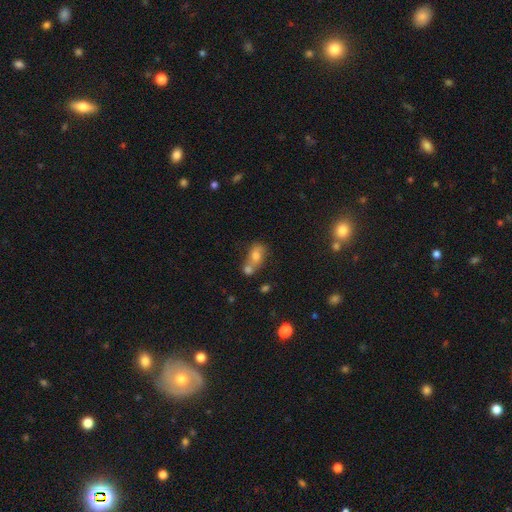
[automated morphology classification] Smooth or featured?
  - smooth: 70% *
  - featured or disk: 16%
  - star or artifact: 14%
How rounded?
  - in between: 70% *
  - round: 27%
  - cigar-shaped: 3%
Merging?
  - merger: 52% *
  - none: 32%
  - minor disturbance: 11%
  - major disturbance: 5%